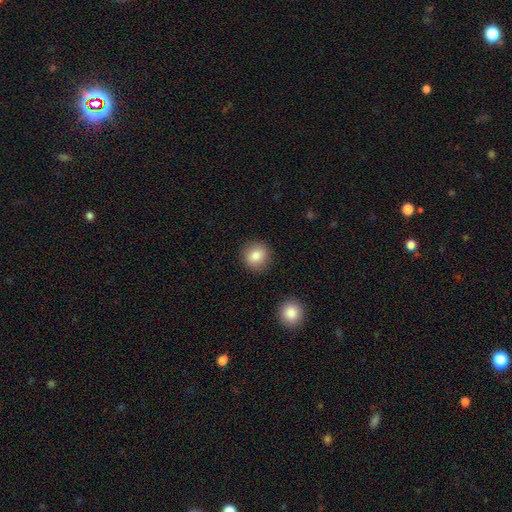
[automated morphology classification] Smooth or featured? smooth (84%)
How rounded? round (88%)
Merging? none (89%)